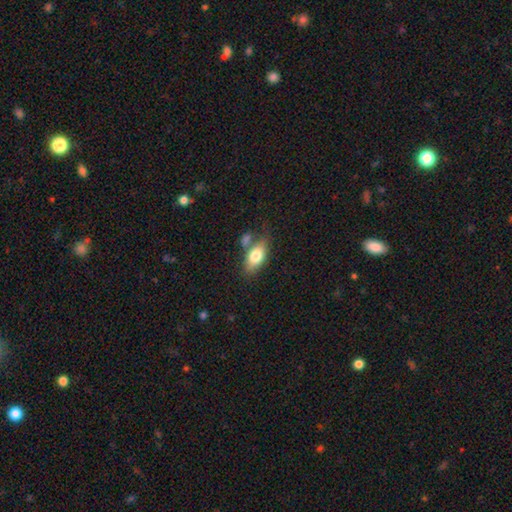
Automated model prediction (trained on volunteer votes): Overall: smooth (75%). How rounded: in between (87%). Merging: none (56%; merger 20%).